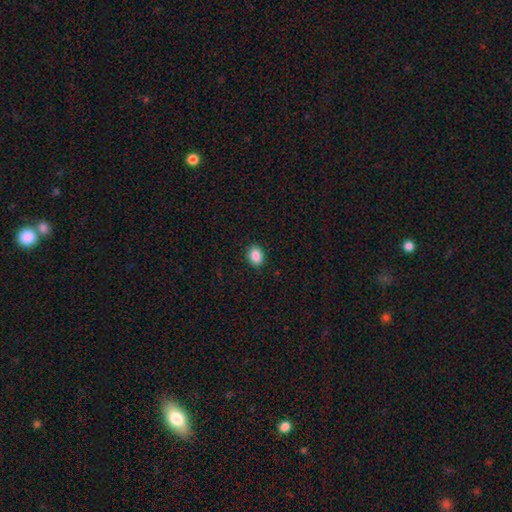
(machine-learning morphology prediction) The model was most divided on "how rounded": in between: 69%, round: 30%, cigar-shaped: 1%. More confident: merging — none (90%); smooth or featured — smooth (88%).